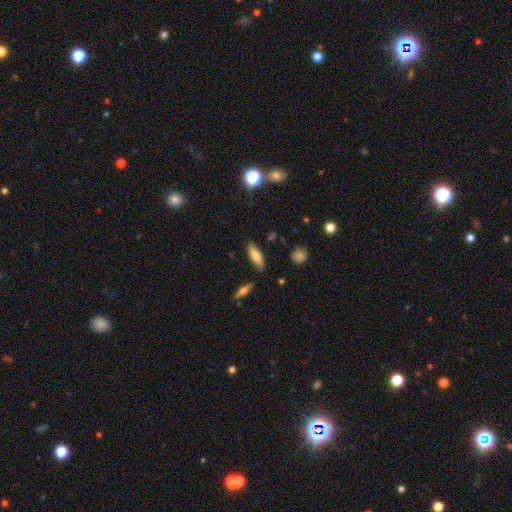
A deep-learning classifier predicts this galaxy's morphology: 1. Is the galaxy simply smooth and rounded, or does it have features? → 71% smooth, 21% featured or disk, 8% star or artifact.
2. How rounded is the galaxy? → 50% cigar-shaped, 48% in between, 2% round.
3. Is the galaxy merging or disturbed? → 80% none, 14% minor disturbance, 3% merger, 3% major disturbance.